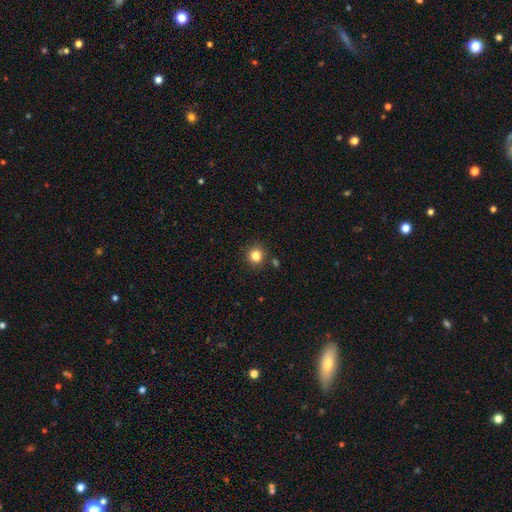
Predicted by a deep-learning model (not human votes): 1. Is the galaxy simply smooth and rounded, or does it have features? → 83% smooth, 12% star or artifact, 5% featured or disk.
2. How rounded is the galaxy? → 86% round, 14% in between, 1% cigar-shaped.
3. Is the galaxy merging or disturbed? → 84% none, 9% minor disturbance, 5% merger, 3% major disturbance.